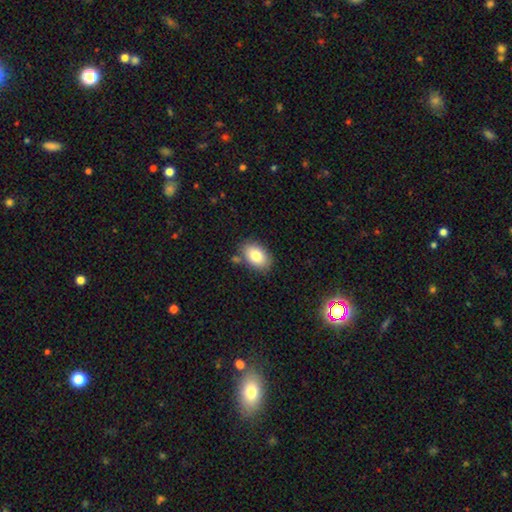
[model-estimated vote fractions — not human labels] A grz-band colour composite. It shows a smooth galaxy with no disk features (81%) that is in between round and cigar-shaped (86%). Merging: none (79%).